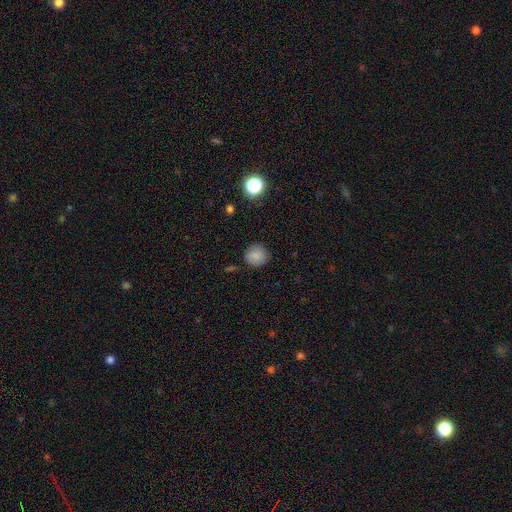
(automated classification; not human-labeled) The model was most divided on "smooth or featured": smooth: 80%, star or artifact: 11%, featured or disk: 9%. More confident: how rounded — round (90%); merging — none (82%).